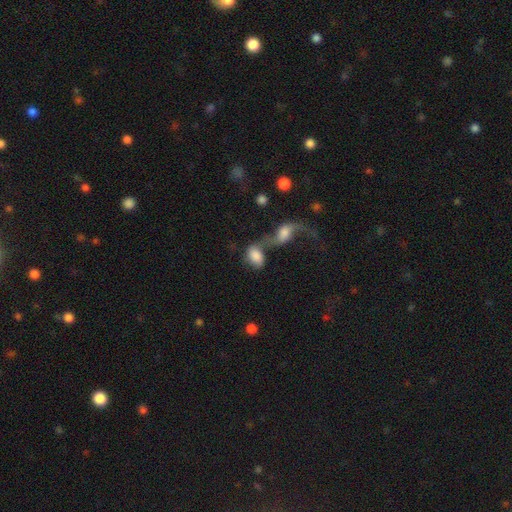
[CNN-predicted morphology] type=smooth (72%); roundness=in between (87%); merging=merger (61%).